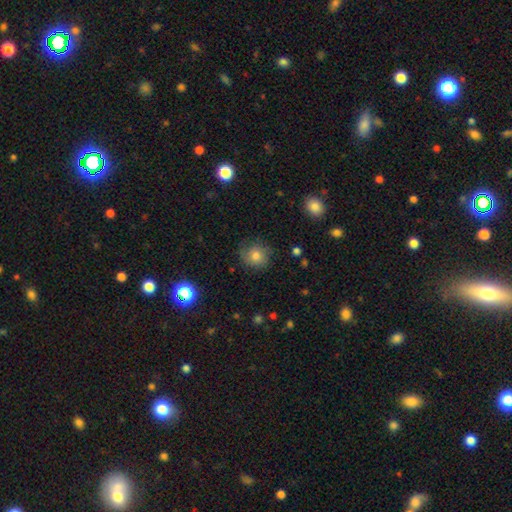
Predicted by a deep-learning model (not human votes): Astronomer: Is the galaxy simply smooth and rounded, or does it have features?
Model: smooth — 70%.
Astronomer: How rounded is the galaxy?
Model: round — 84%.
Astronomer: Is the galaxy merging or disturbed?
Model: none — 73%.